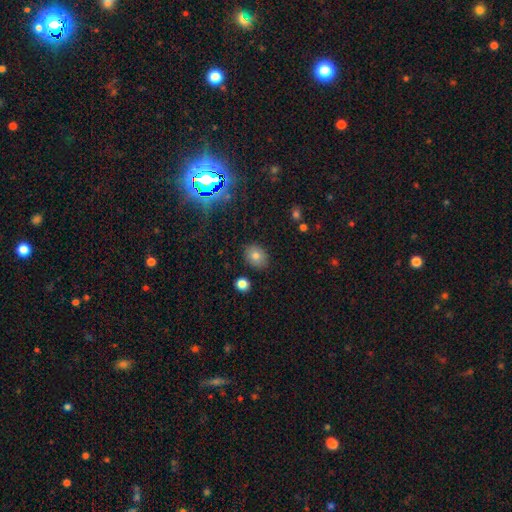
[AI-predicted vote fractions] smooth-or-featured: smooth: 76% | star or artifact: 13% | featured or disk: 11%
  how-rounded: in between: 57% | round: 42% | cigar-shaped: 1%
  merging: none: 85% | minor disturbance: 10% | major disturbance: 3% | merger: 2%